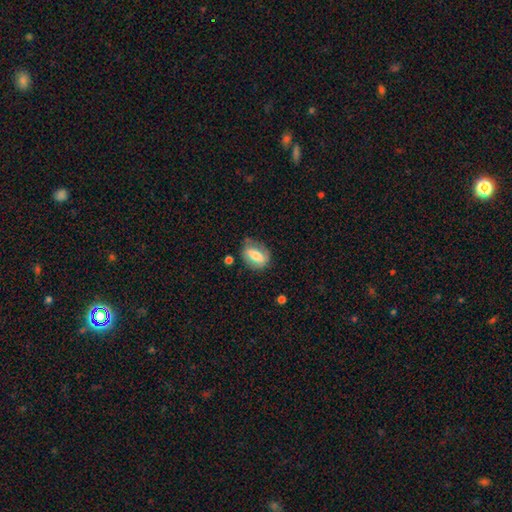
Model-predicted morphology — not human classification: This appears to be a smooth galaxy with no disk features (60%) that is in between round and cigar-shaped (74%). Merging: none (67%).